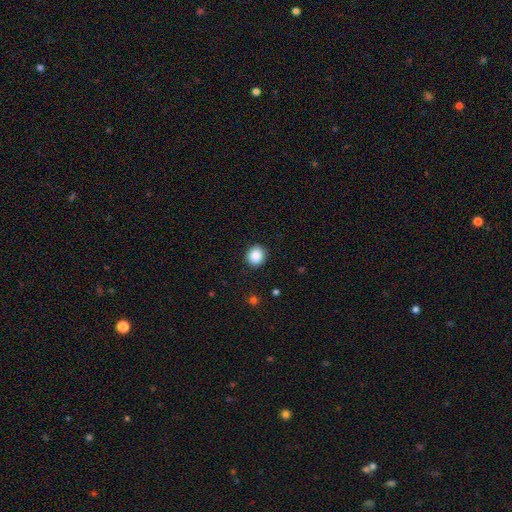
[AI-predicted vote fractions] Q: Smooth or featured?
A: smooth (88%); runner-up: star or artifact (9%)
Q: How rounded?
A: round (85%); runner-up: in between (14%)
Q: Merging?
A: none (90%); runner-up: minor disturbance (7%)